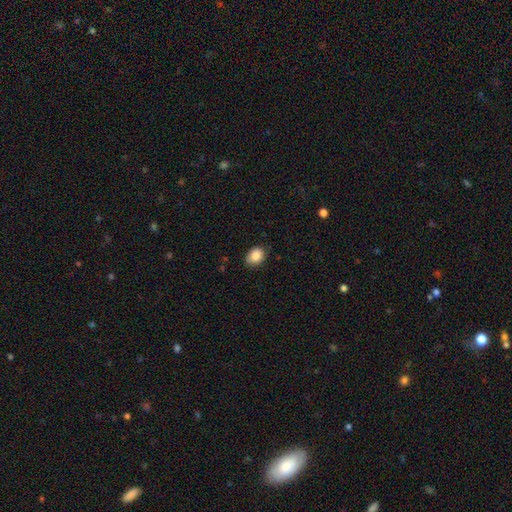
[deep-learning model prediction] A smooth galaxy with no disk features (88%) that is in between round and cigar-shaped (63%).

Vote fractions:
- Smooth or featured? smooth: 88% / star or artifact: 8% / featured or disk: 4%
- How rounded? in between: 63% / round: 37% / cigar-shaped: 1%
- Merging? none: 77% / minor disturbance: 19% / major disturbance: 3% / merger: 1%